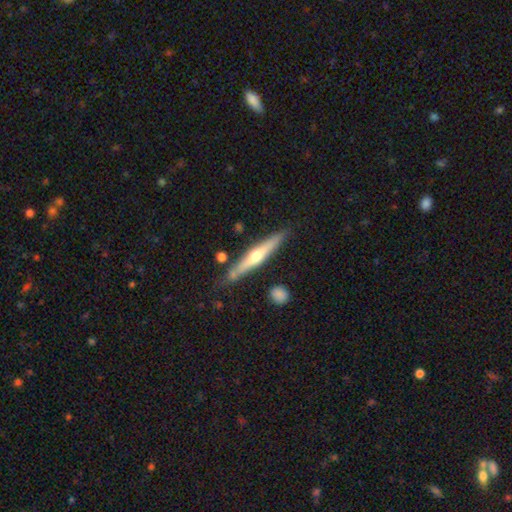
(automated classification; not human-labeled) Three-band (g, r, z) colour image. It shows a featured or disk galaxy (61%) viewed edge-on (95%) with a rounded central bulge (86%). Merging: none (81%).